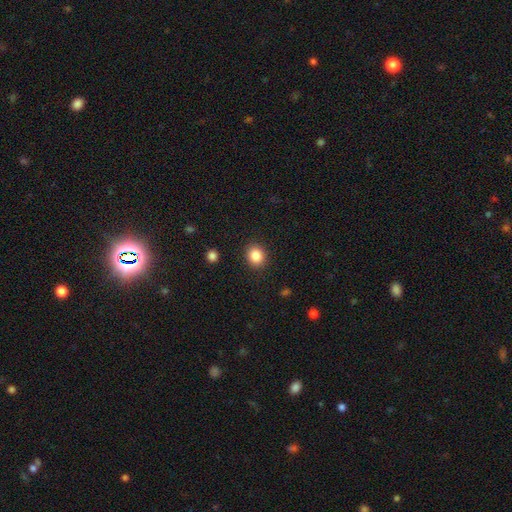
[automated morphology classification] Overall: smooth (86%). How rounded: round (69%; in between 30%). Merging: none (90%).